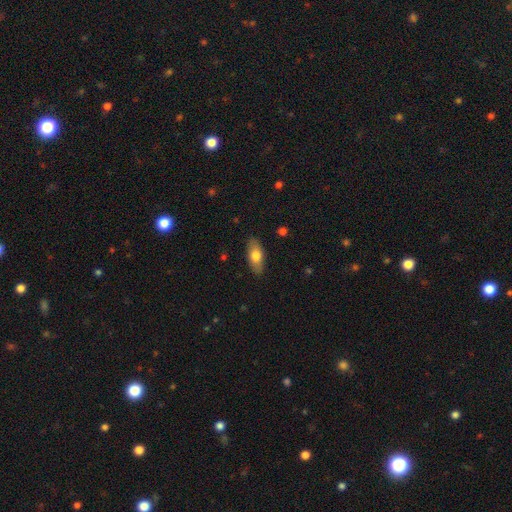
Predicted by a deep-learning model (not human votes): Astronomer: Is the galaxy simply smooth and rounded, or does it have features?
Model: smooth — 71%.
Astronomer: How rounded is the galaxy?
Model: in between — 84%.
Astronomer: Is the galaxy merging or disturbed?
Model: none — 87%.